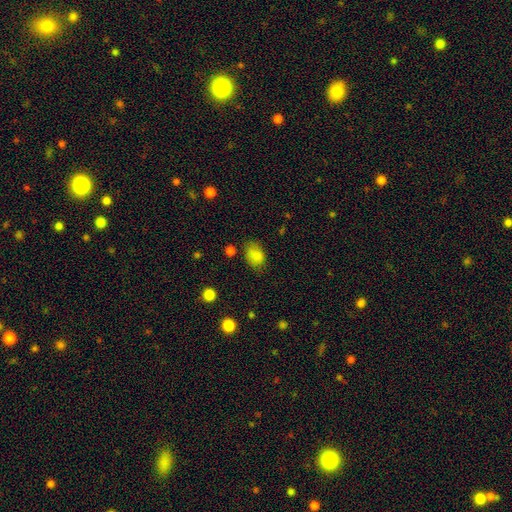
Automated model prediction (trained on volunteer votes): smooth_or_featured: smooth (p=0.83) [alt: star or artifact p=0.11]
how_rounded: in between (p=0.71) [alt: round p=0.28]
merging: none (p=0.68) [alt: minor disturbance p=0.23]